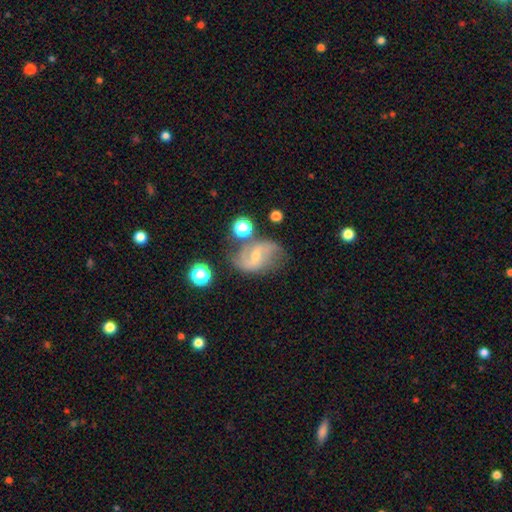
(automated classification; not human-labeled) Morphology: type=featured or disk (76%); edge-on=no (96%); bar=weak (46%); spiral arms=yes (92%); winding=loose (50%); arm count=2 (86%); bulge=small (62%); merging=none (62%).